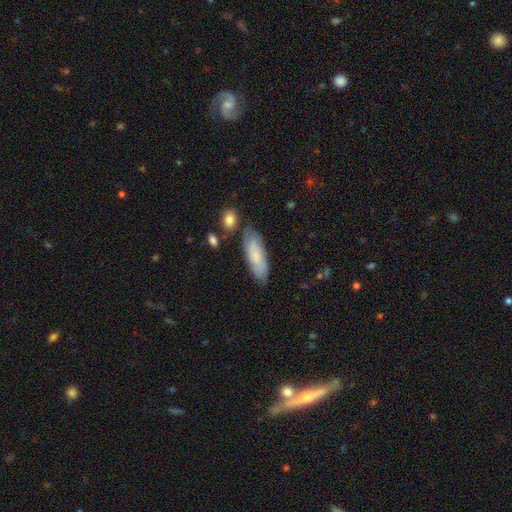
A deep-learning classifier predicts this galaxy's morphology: smooth_or_featured: smooth (p=0.69) [alt: featured or disk p=0.25]
how_rounded: in between (p=0.61) [alt: cigar-shaped p=0.37]
merging: none (p=0.75) [alt: minor disturbance p=0.17]